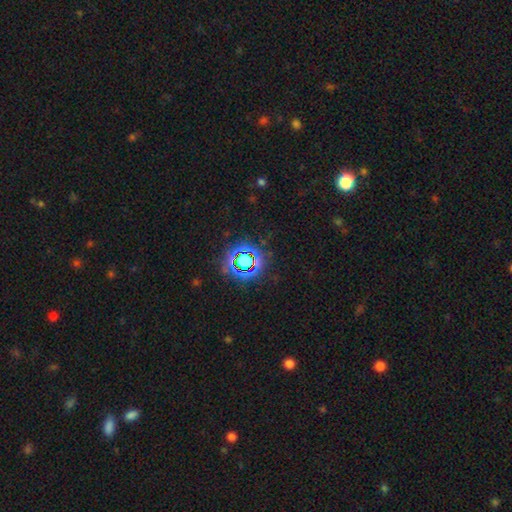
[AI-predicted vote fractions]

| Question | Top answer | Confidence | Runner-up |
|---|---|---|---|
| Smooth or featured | star or artifact | 59% | smooth (31%) |